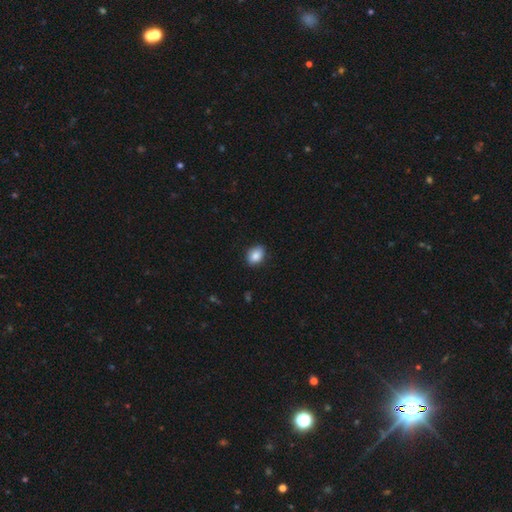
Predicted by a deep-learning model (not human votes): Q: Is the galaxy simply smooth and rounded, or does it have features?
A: smooth — 87%.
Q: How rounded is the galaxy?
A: in between — 71%.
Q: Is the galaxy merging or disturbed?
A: none — 86%.